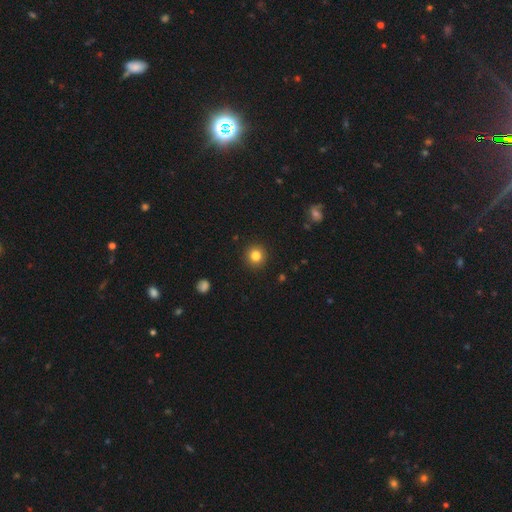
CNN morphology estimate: smooth_or_featured: smooth (p=0.83) [alt: star or artifact p=0.11]
how_rounded: round (p=0.93) [alt: in between p=0.06]
merging: none (p=0.92) [alt: minor disturbance p=0.05]